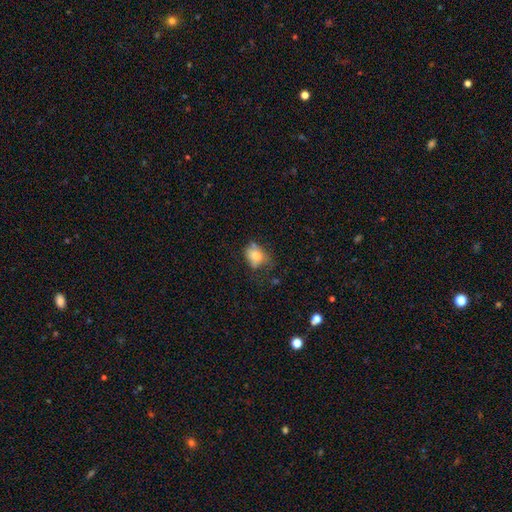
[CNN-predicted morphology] Q: Smooth or featured?
A: smooth (75%); runner-up: featured or disk (15%)
Q: How rounded?
A: in between (69%); runner-up: round (30%)
Q: Merging?
A: none (41%); runner-up: minor disturbance (33%)